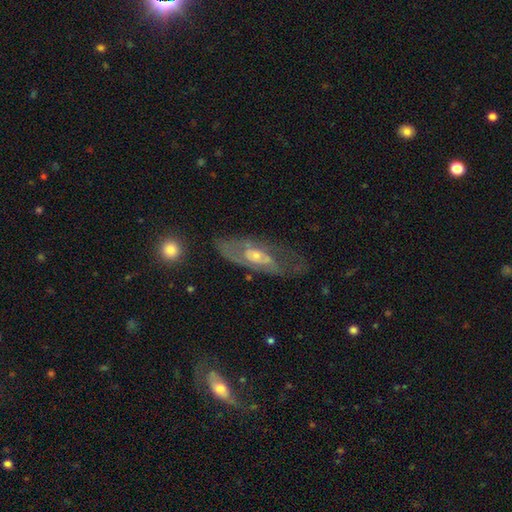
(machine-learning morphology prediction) smooth-or-featured: featured or disk: 70% | smooth: 23% | star or artifact: 7%
  disk-edge-on: no: 83% | yes: 17%
    bar: no: 71% | weak: 23% | strong: 5%
    has-spiral-arms: yes: 54% | no: 46%
    bulge-size: small: 53% | moderate: 39% | none: 3% | large: 3% | dominant: 1%
  merging: none: 53% | minor disturbance: 23% | major disturbance: 19% | merger: 4%